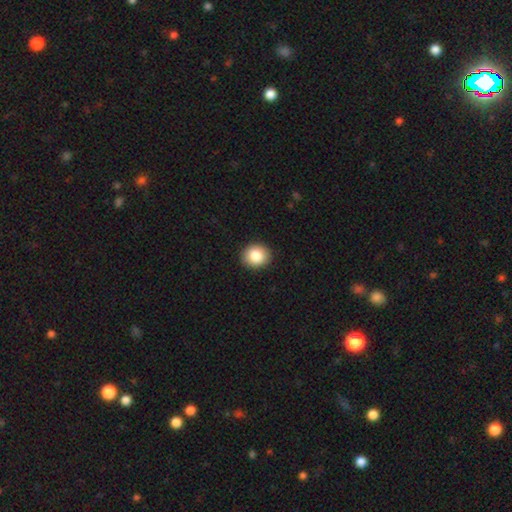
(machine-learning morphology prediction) smooth 85%, star or artifact 9%, featured or disk 6%. Down the decision tree: how rounded — round (73%); merging — none (91%).